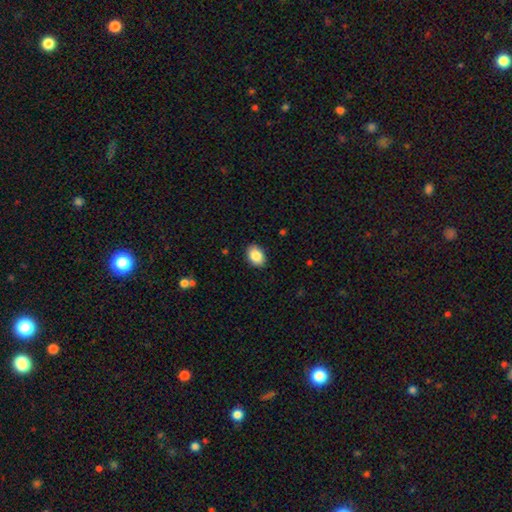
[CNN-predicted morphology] A smooth galaxy with no disk features (87%) that is in between round and cigar-shaped (80%). Merging: none (88%).